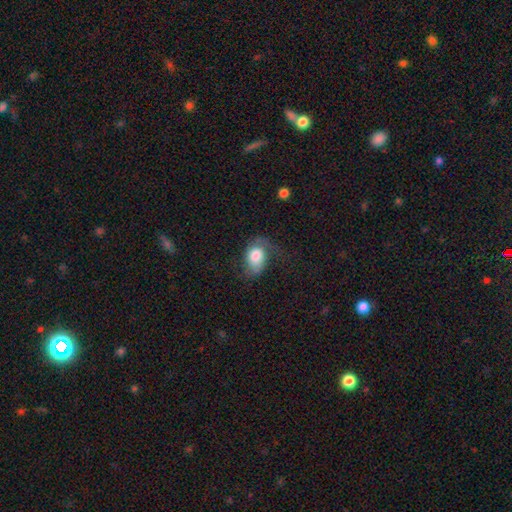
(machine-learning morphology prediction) Smooth or featured? smooth (66%)
How rounded? in between (78%)
Merging? none (37%)